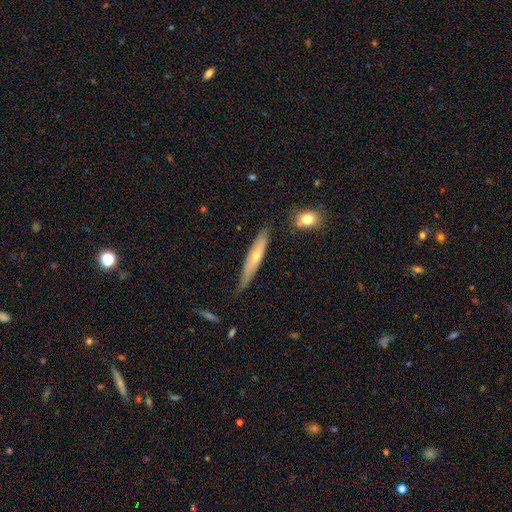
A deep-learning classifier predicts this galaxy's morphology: Q: Smooth or featured?
A: featured or disk (50%); runner-up: smooth (43%)
Q: Edge-on disk?
A: yes (79%); runner-up: no (21%)
Q: Merging?
A: none (72%); runner-up: minor disturbance (22%)